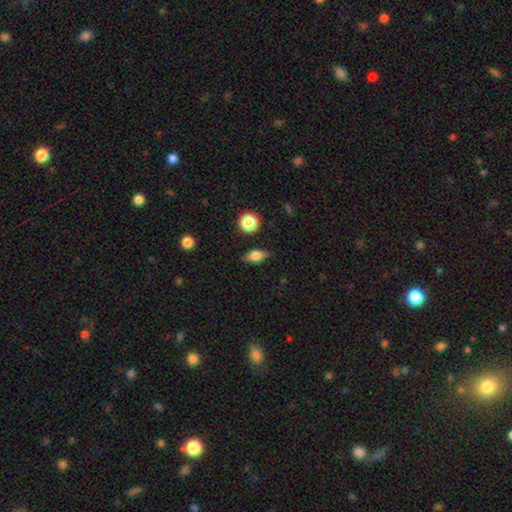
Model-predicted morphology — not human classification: This appears to be a smooth galaxy with no disk features (74%) that is in between round and cigar-shaped (77%). Merging: none (81%).